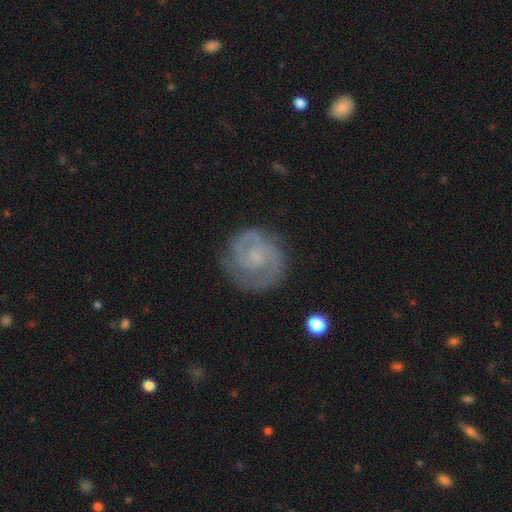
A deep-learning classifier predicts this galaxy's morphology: Smooth or featured? Predicted: featured or disk (p=0.82). Edge-on disk? Predicted: no (p=0.98). Bar? Predicted: no (p=0.54). Spiral arms? Predicted: yes (p=0.95). Spiral winding? Predicted: tight (p=0.54). Spiral arm count? Predicted: 2 (p=0.71). Bulge size? Predicted: small (p=0.49). Merging? Predicted: none (p=0.77).